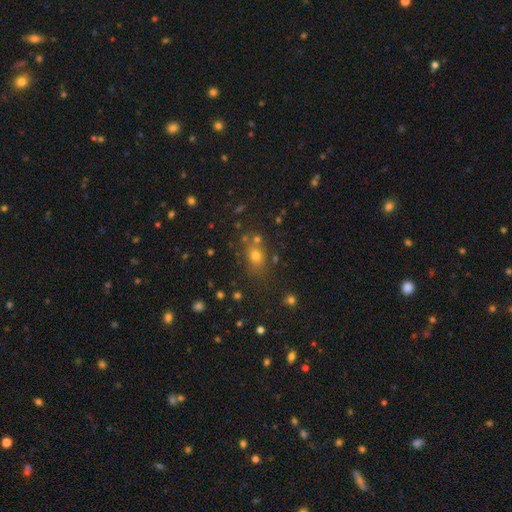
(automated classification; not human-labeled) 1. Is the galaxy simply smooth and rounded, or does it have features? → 66% smooth, 22% star or artifact, 12% featured or disk.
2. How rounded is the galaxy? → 53% round, 45% in between, 2% cigar-shaped.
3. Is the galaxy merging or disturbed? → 68% none, 14% minor disturbance, 12% merger, 6% major disturbance.